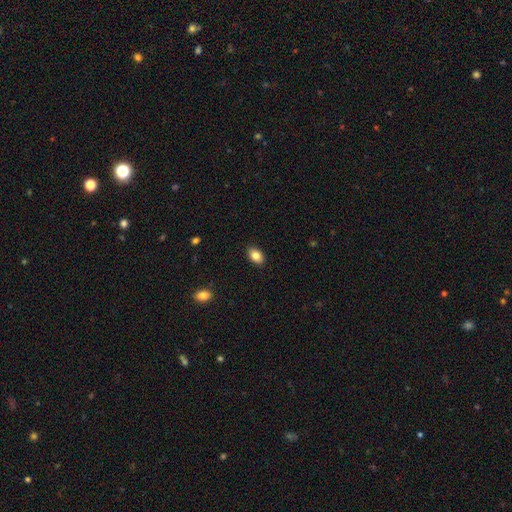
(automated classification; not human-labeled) Overall: smooth (85%). How rounded: in between (86%). Merging: none (89%).